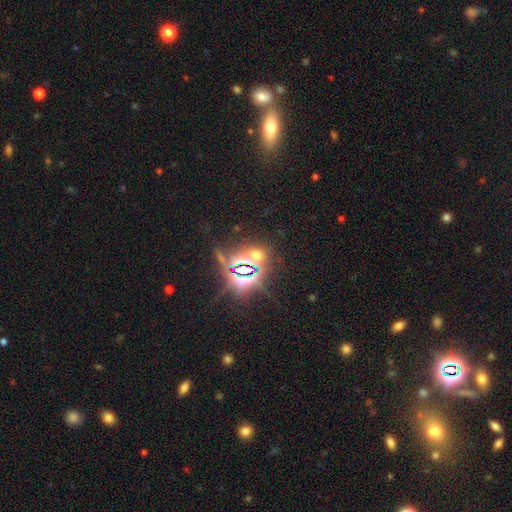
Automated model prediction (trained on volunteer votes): The model was most divided on "smooth or featured": star or artifact: 67%, smooth: 25%, featured or disk: 8%.